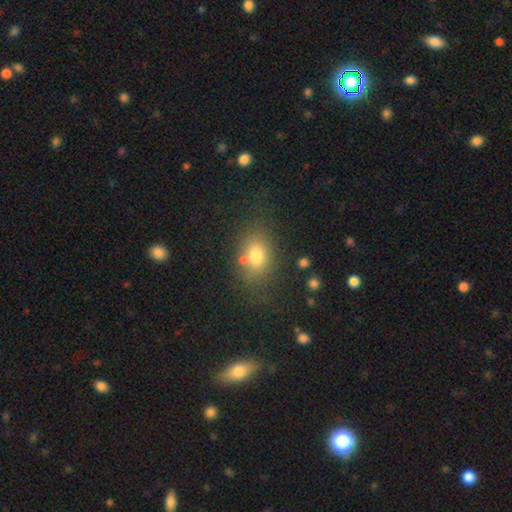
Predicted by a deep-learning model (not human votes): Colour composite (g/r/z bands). It shows a smooth galaxy with no disk features (73%) that is in between round and cigar-shaped (70%). Merging: none (69%).